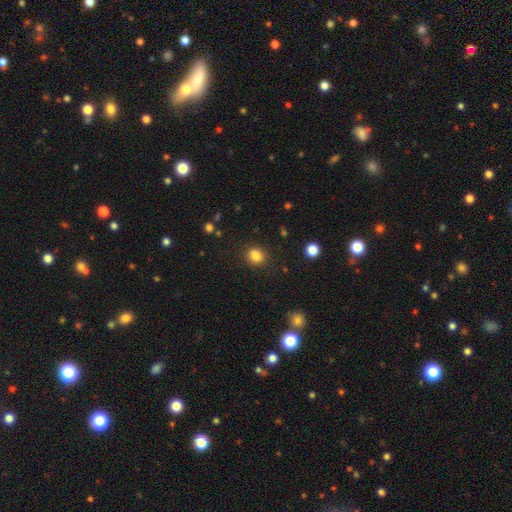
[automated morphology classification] The model was most divided on "how rounded": round: 60%, in between: 39%, cigar-shaped: 1%. More confident: smooth or featured — smooth (82%); merging — none (75%).